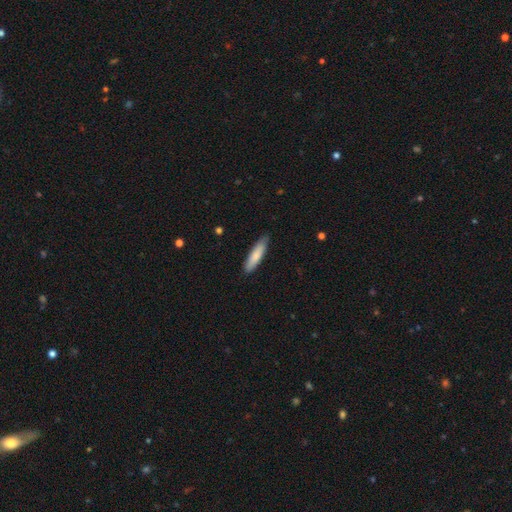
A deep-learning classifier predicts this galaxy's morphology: type=smooth (80%); roundness=cigar-shaped (75%); merging=none (82%).